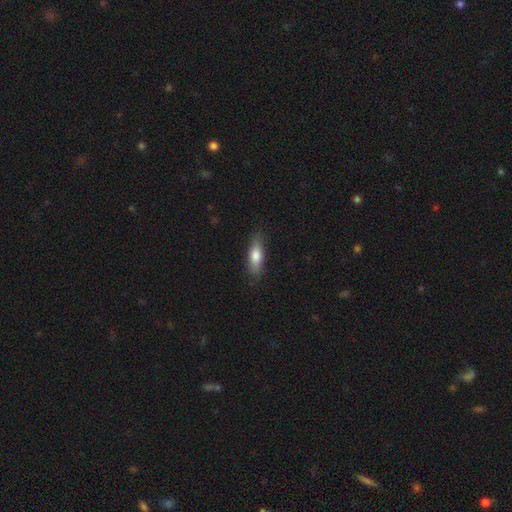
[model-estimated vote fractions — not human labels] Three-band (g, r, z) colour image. It shows a smooth galaxy with no disk features (75%) that is in between round and cigar-shaped (57%). Merging: none (81%).